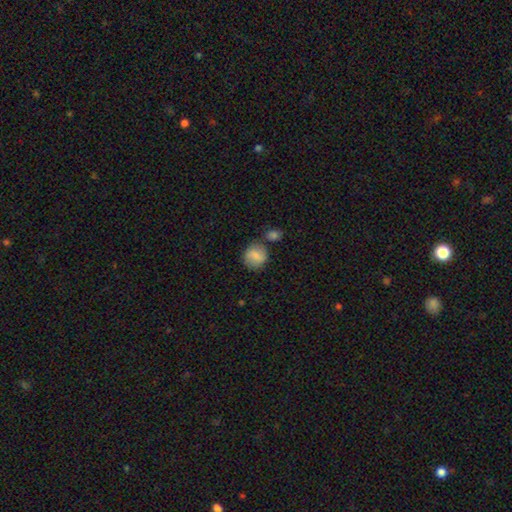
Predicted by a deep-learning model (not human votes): Q: Smooth or featured?
A: smooth (78%); runner-up: featured or disk (15%)
Q: How rounded?
A: round (85%); runner-up: in between (14%)
Q: Merging?
A: none (70%); runner-up: minor disturbance (14%)